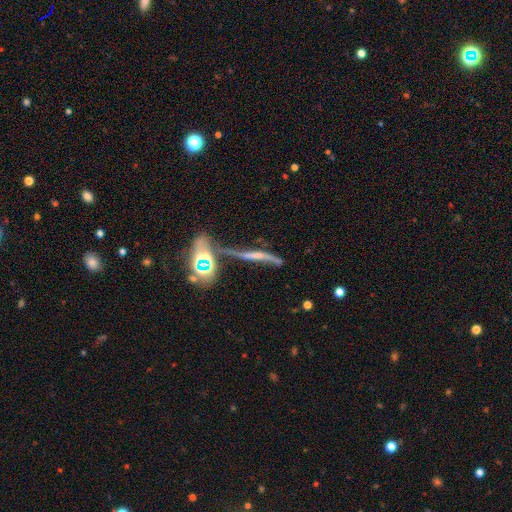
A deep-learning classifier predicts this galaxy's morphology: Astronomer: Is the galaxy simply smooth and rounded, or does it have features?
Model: featured or disk — 57%.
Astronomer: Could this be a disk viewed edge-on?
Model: yes — 65%.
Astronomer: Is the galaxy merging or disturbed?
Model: none — 44% (runner-up: merger, 24%).